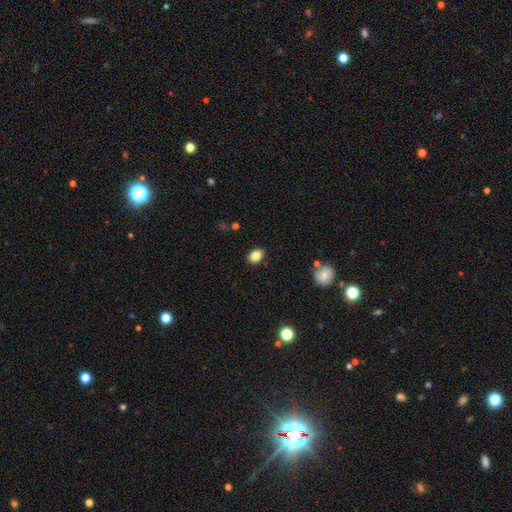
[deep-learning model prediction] Smooth or featured? Predicted: smooth (p=0.86). How rounded? Predicted: in between (p=0.72). Merging? Predicted: none (p=0.89).